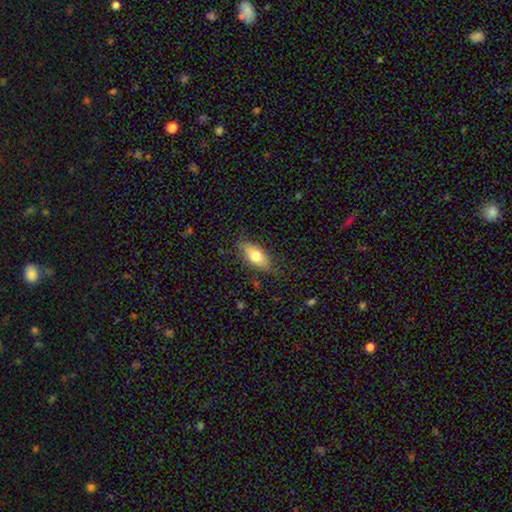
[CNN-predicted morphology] Smooth or featured: smooth — 70% (featured or disk — 23%)
How rounded: in between — 80% (cigar-shaped — 16%)
Merging: none — 78% (minor disturbance — 17%)